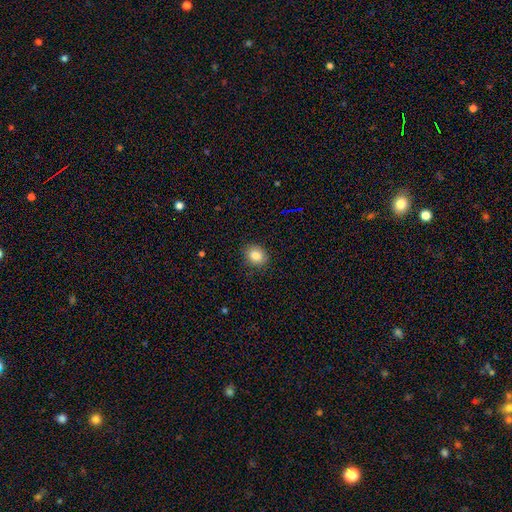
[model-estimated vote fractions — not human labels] Q: Smooth or featured?
A: smooth (83%); runner-up: star or artifact (10%)
Q: How rounded?
A: round (53%); runner-up: in between (46%)
Q: Merging?
A: none (85%); runner-up: minor disturbance (11%)